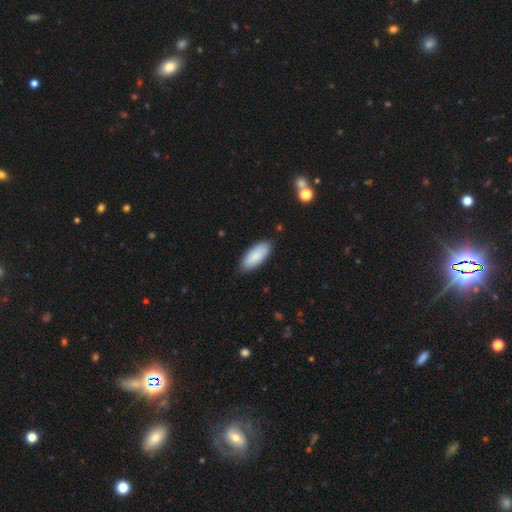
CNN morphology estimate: Overall: smooth (86%). How rounded: in between (82%). Merging: none (83%).